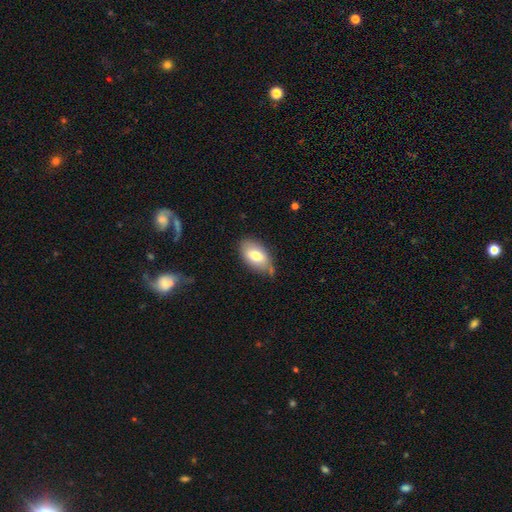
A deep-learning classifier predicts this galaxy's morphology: smooth 74%, featured or disk 19%, star or artifact 7%. Down the decision tree: how rounded — in between (93%); merging — none (66%).